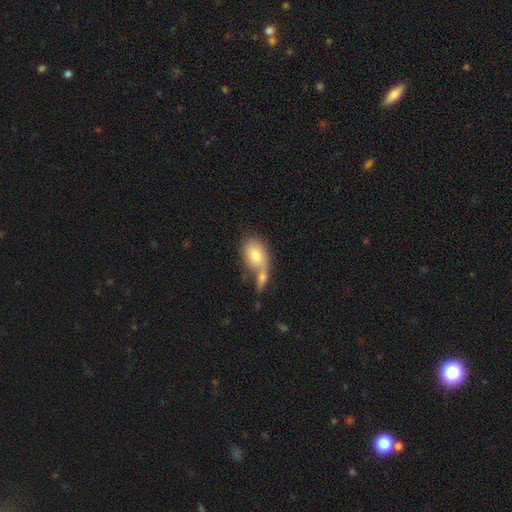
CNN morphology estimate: Smooth or featured? Predicted: smooth (p=0.77). How rounded? Predicted: in between (p=0.81). Merging? Predicted: merger (p=0.49).